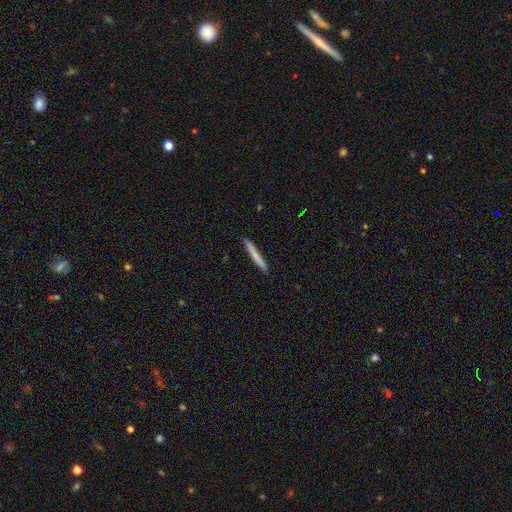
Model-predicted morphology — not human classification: type=smooth (67%); roundness=cigar-shaped (96%); merging=none (91%).